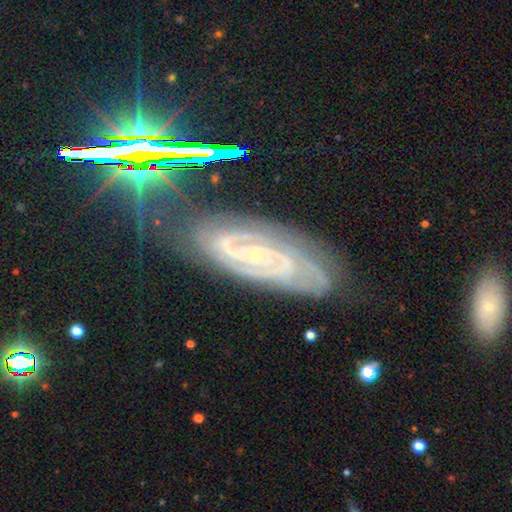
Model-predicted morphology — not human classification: Smooth or featured? featured or disk (84%)
Edge-on disk? no (93%)
Bar? no (50%)
Spiral arms? yes (98%)
Spiral winding? tight (69%)
Spiral arm count? 2 (43%)
Bulge size? small (83%)
Merging? none (75%)